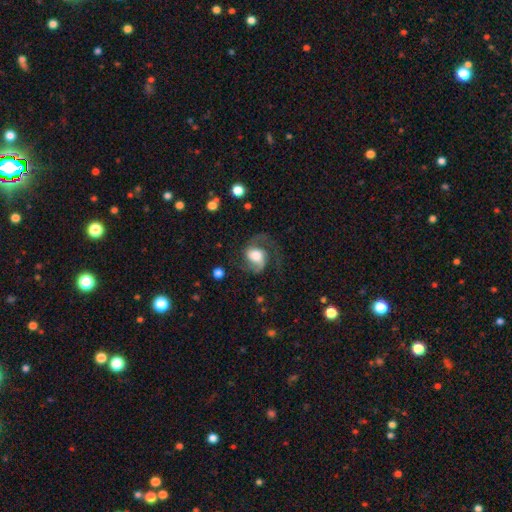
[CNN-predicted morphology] This appears to be a featured or disk galaxy (79%) with no bar (50%), 2 (85%) medium (52%) spiral arms (95%) and a large central bulge (47%). Merging: none (61%).